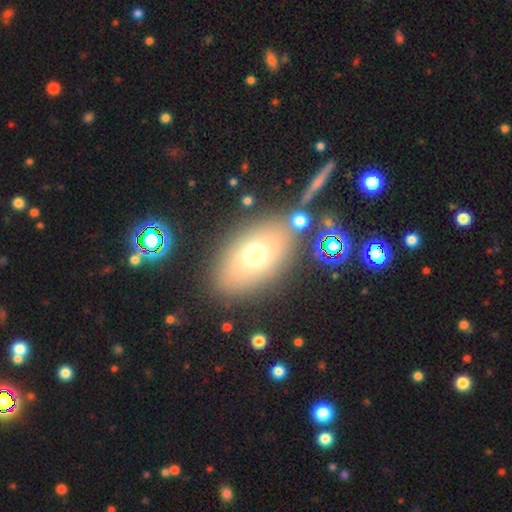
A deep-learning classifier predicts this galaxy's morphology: smooth 65%, featured or disk 19%, star or artifact 16%. Down the decision tree: how rounded — in between (78%); merging — none (79%).